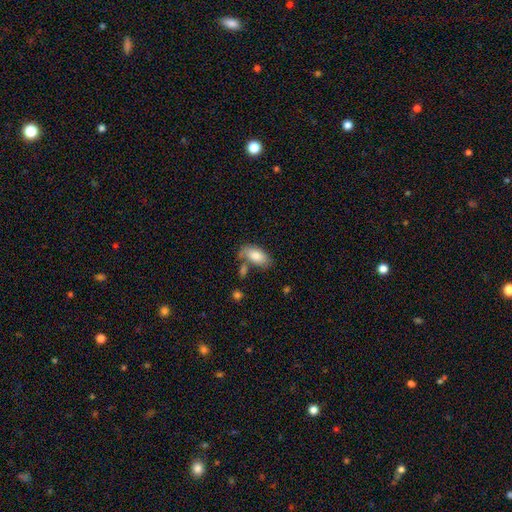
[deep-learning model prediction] Smooth or featured: smooth — 81% (featured or disk — 13%)
How rounded: in between — 92% (cigar-shaped — 5%)
Merging: none — 58% (minor disturbance — 19%)